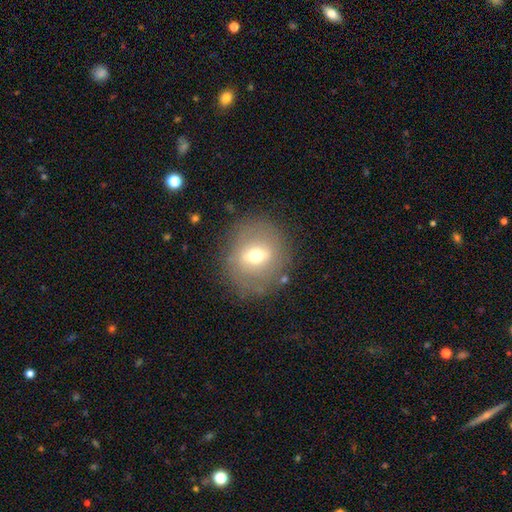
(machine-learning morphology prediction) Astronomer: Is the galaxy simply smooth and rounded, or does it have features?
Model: featured or disk — 49% (runner-up: smooth, 41%).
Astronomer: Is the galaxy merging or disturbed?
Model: none — 80%.